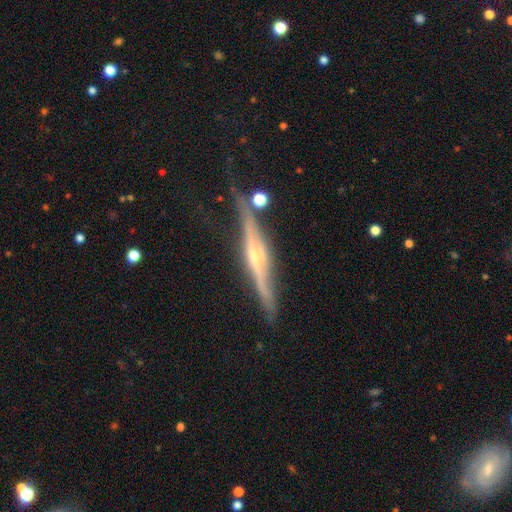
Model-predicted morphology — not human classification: A featured or disk galaxy (83%) viewed edge-on (97%) with a rounded central bulge (78%). Merging: none (74%).